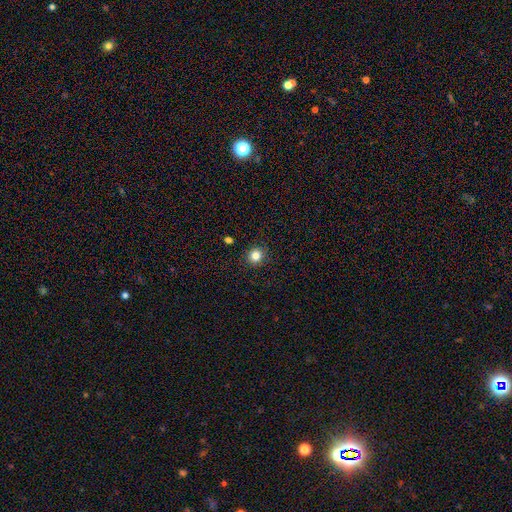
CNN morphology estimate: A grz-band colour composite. It shows a smooth galaxy with no disk features (82%) that is round (91%). Merging: none (91%).